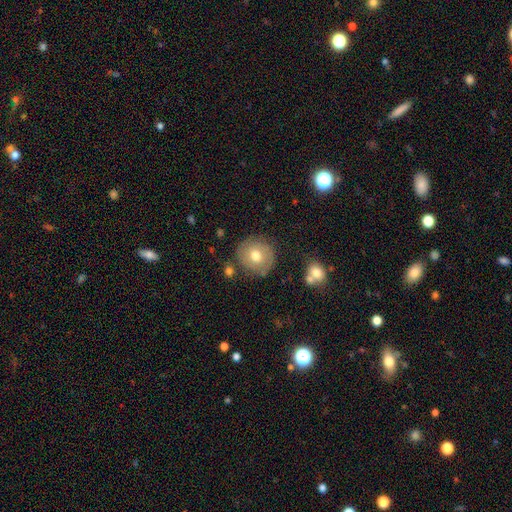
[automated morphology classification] Q: Smooth or featured?
A: smooth (70%); runner-up: featured or disk (21%)
Q: How rounded?
A: round (90%); runner-up: in between (9%)
Q: Merging?
A: none (82%); runner-up: minor disturbance (11%)